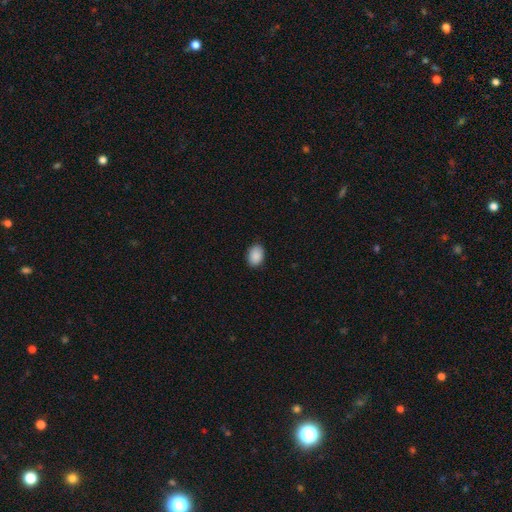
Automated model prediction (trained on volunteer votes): smooth_or_featured: smooth (p=0.90) [alt: star or artifact p=0.07]
how_rounded: in between (p=0.78) [alt: round p=0.21]
merging: none (p=0.88) [alt: minor disturbance p=0.09]